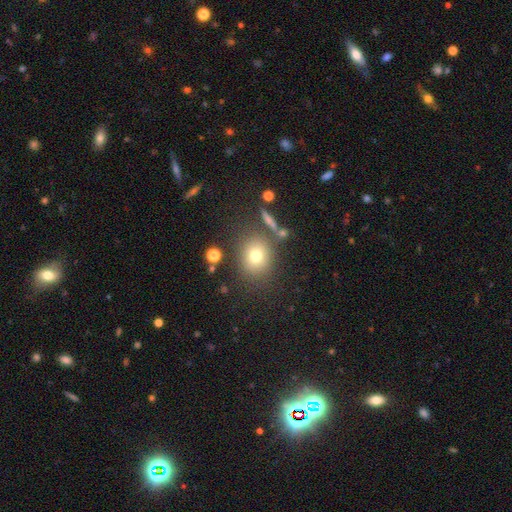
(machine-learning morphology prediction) This appears to be a smooth galaxy with no disk features (72%) that is round (69%). Merging: none (77%).